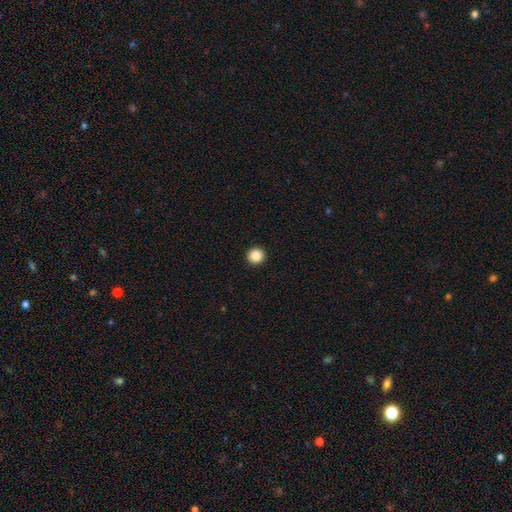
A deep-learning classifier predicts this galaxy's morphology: smooth 87%, star or artifact 10%, featured or disk 3%. Down the decision tree: how rounded — round (95%); merging — none (94%).